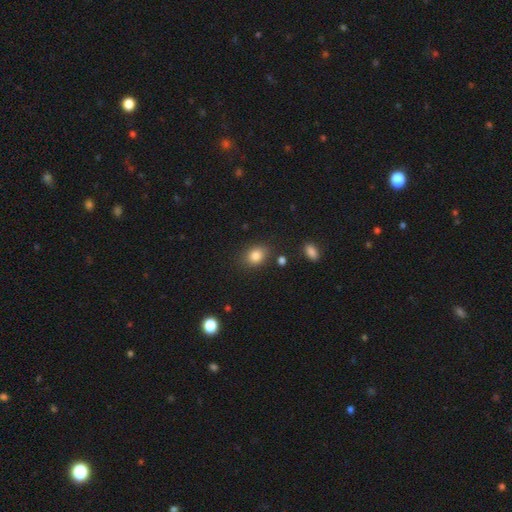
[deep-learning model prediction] This is clearly a smooth galaxy (84%). How rounded: possibly in between (53%). Merging: clearly none (80%).